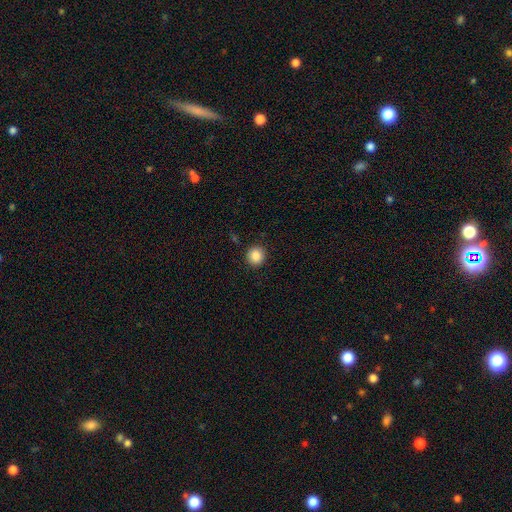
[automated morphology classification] A smooth galaxy with no disk features (88%) that is round (87%).

Vote fractions:
- Smooth or featured? smooth: 88% / star or artifact: 9% / featured or disk: 3%
- How rounded? round: 87% / in between: 12% / cigar-shaped: 1%
- Merging? none: 90% / minor disturbance: 7% / major disturbance: 2% / merger: 1%